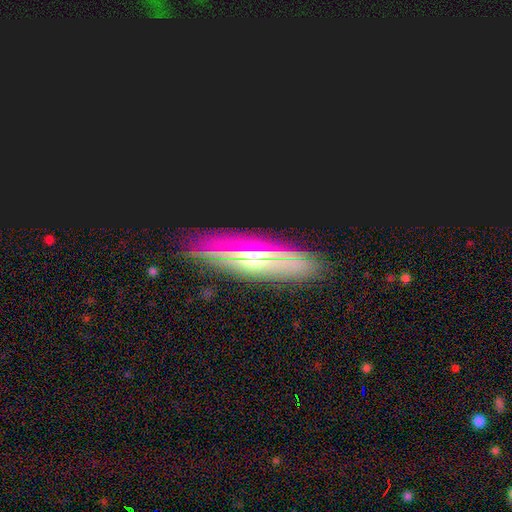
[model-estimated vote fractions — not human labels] This appears to be a featured or disk galaxy (54%) viewed edge-on (75%). Merging: none (87%).